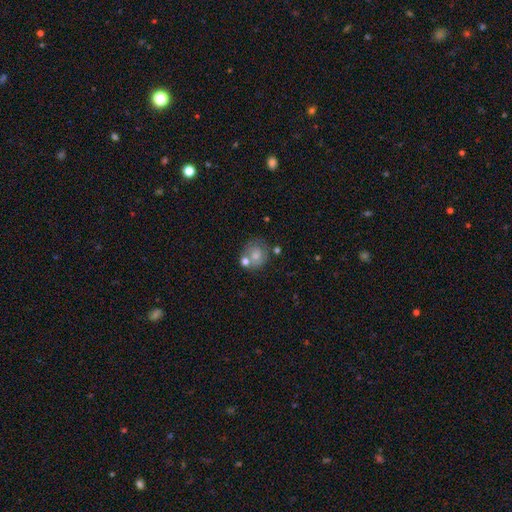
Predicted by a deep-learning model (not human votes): Smooth or featured: featured or disk — 48% (smooth — 43%)
Merging: none — 56% (merger — 19%)